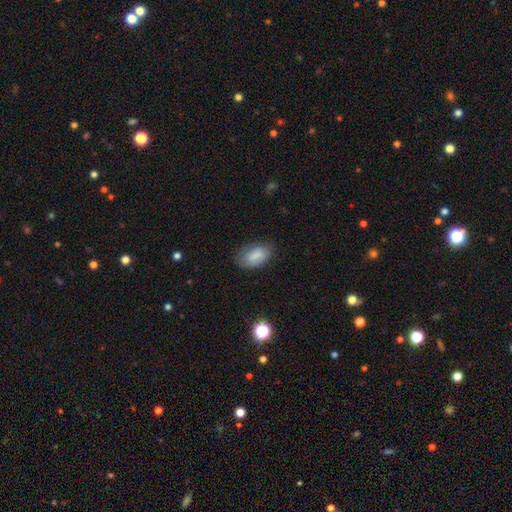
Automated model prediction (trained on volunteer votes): This is clearly a smooth galaxy (80%). How rounded: clearly in between (92%). Merging: likely none (72%).